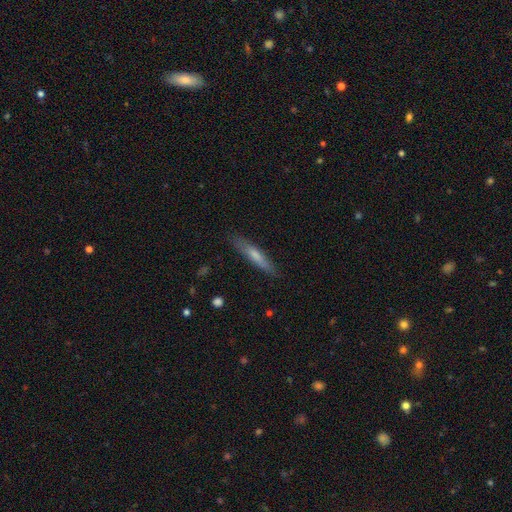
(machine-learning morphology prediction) A smooth galaxy with no disk features (65%) that is cigar-shaped (88%).

Vote fractions:
- Smooth or featured? smooth: 65% / featured or disk: 29% / star or artifact: 6%
- How rounded? cigar-shaped: 88% / in between: 11% / round: 1%
- Merging? none: 85% / minor disturbance: 11% / major disturbance: 2% / merger: 1%